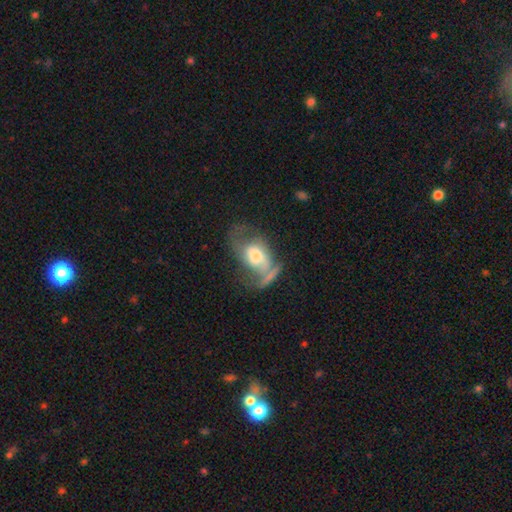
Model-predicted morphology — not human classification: Q: Smooth or featured?
A: featured or disk (56%); runner-up: smooth (37%)
Q: Edge-on disk?
A: no (94%); runner-up: yes (6%)
Q: Bar?
A: no (60%); runner-up: weak (31%)
Q: Spiral arms?
A: yes (70%); runner-up: no (30%)
Q: Bulge size?
A: moderate (48%); runner-up: large (34%)
Q: Merging?
A: major disturbance (32%); runner-up: none (29%)